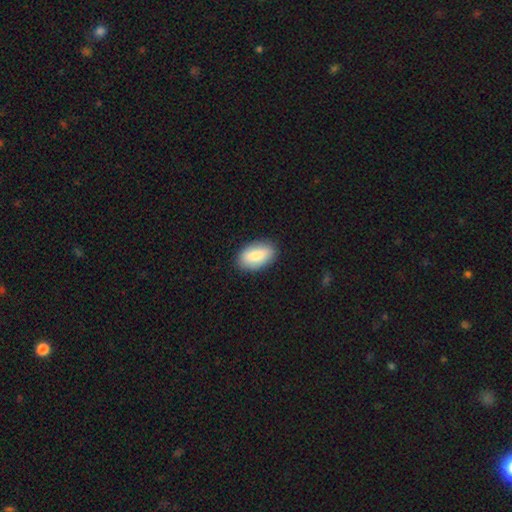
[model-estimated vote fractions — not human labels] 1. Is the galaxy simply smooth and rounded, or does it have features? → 80% smooth, 14% featured or disk, 6% star or artifact.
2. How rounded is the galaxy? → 92% in between, 4% round, 3% cigar-shaped.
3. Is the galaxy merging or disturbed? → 87% none, 10% minor disturbance, 2% major disturbance, 1% merger.